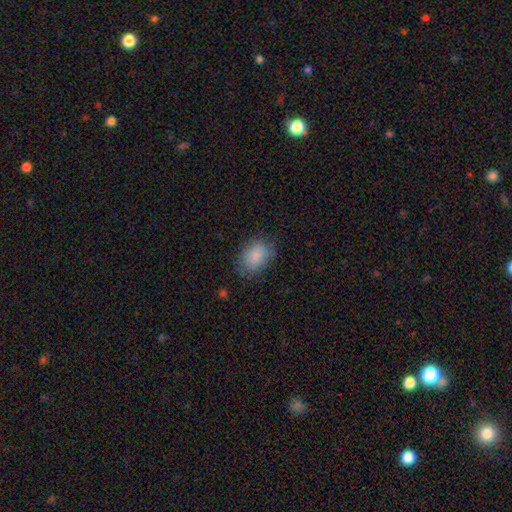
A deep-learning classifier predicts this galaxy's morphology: A smooth galaxy with no disk features (86%) that is in between round and cigar-shaped (77%).

Vote fractions:
- Smooth or featured? smooth: 86% / star or artifact: 8% / featured or disk: 6%
- How rounded? in between: 77% / round: 22% / cigar-shaped: 1%
- Merging? none: 75% / minor disturbance: 18% / major disturbance: 6% / merger: 1%